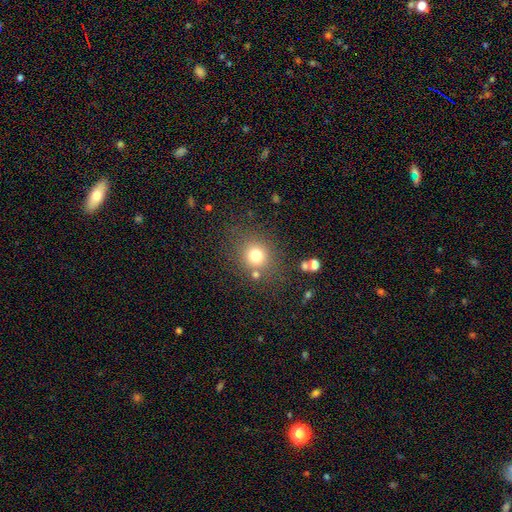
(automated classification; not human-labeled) This appears to be a smooth galaxy with no disk features (76%) that is round (82%). Merging: none (76%).